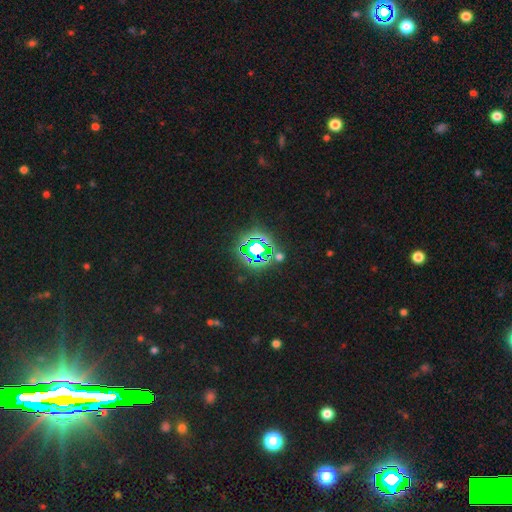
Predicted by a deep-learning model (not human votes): smooth_or_featured: star or artifact (p=0.78) [alt: smooth p=0.13]